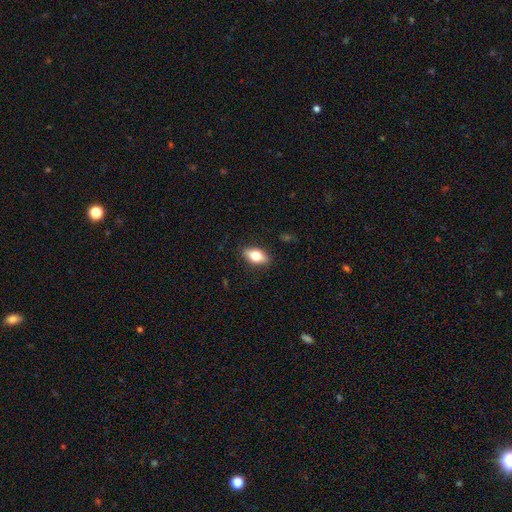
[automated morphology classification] Smooth or featured? smooth (73%)
How rounded? in between (85%)
Merging? none (86%)